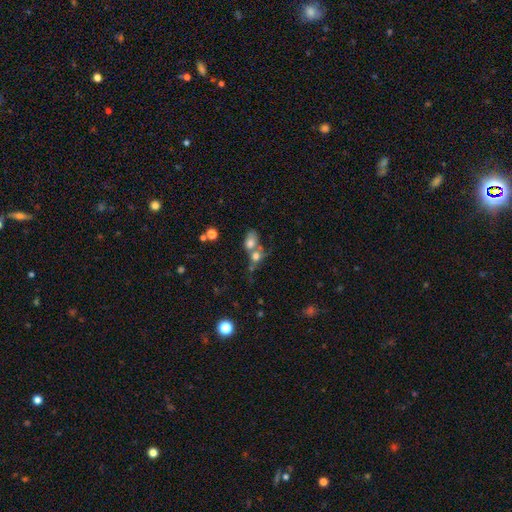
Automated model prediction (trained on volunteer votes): smooth-or-featured: smooth: 66% | featured or disk: 20% | star or artifact: 14%
  how-rounded: in between: 49% | round: 47% | cigar-shaped: 4%
  merging: merger: 64% | none: 21% | minor disturbance: 8% | major disturbance: 7%